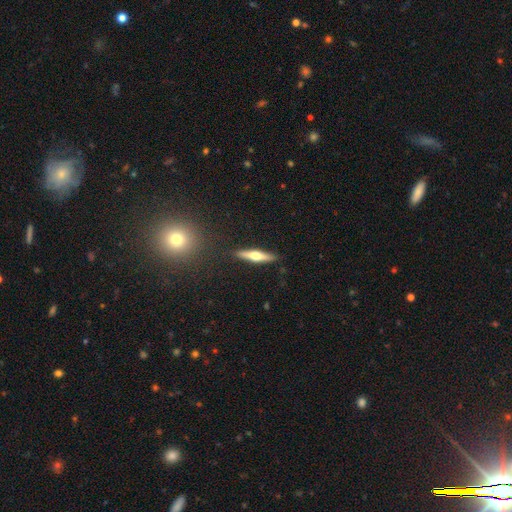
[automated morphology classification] Q: Smooth or featured?
A: featured or disk (55%); runner-up: smooth (39%)
Q: Edge-on disk?
A: yes (95%); runner-up: no (5%)
Q: Edge-on bulge?
A: rounded (91%); runner-up: boxy (5%)
Q: Merging?
A: none (89%); runner-up: minor disturbance (8%)